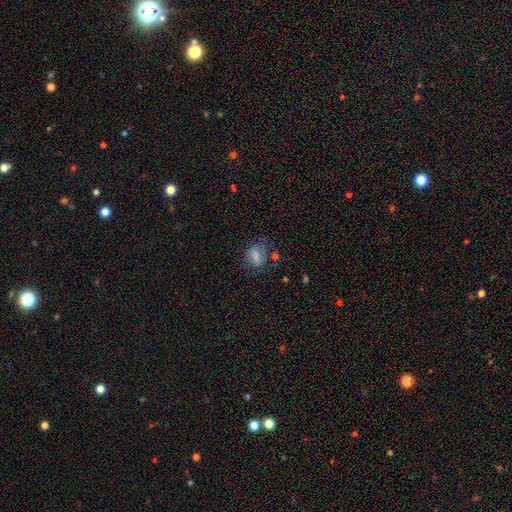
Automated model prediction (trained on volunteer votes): Smooth or featured? smooth (69%)
How rounded? in between (72%)
Merging? none (59%)